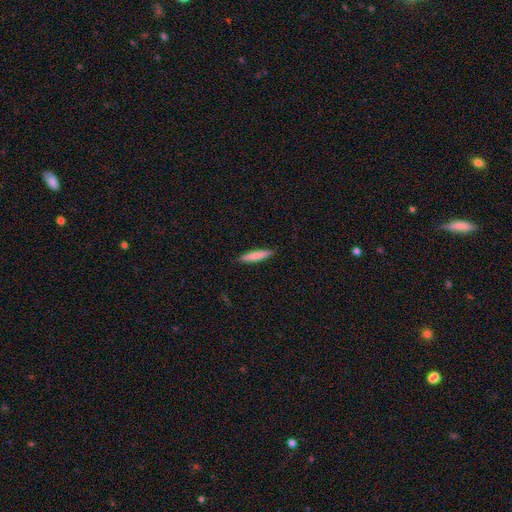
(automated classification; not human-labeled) This is likely a smooth galaxy (79%). How rounded: clearly cigar-shaped (88%). Merging: clearly none (91%).